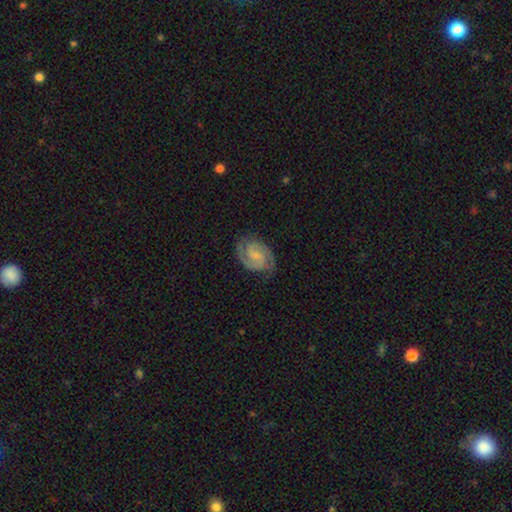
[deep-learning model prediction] Smooth or featured? featured or disk (88%)
Edge-on disk? no (98%)
Bar? weak (50%)
Spiral arms? yes (98%)
Spiral winding? tight (50%)
Spiral arm count? 2 (92%)
Bulge size? small (46%)
Merging? none (82%)